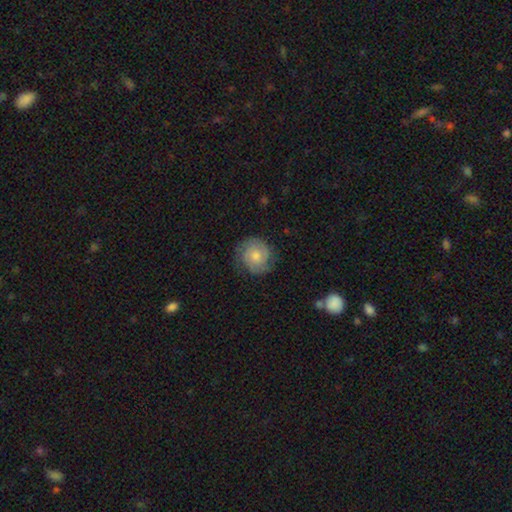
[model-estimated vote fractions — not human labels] featured or disk 52%, smooth 42%, star or artifact 7%. Down the decision tree: edge-on disk — no (98%); bar — no (78%); spiral arms — yes (86%); bulge size — moderate (53%); merging — none (74%).